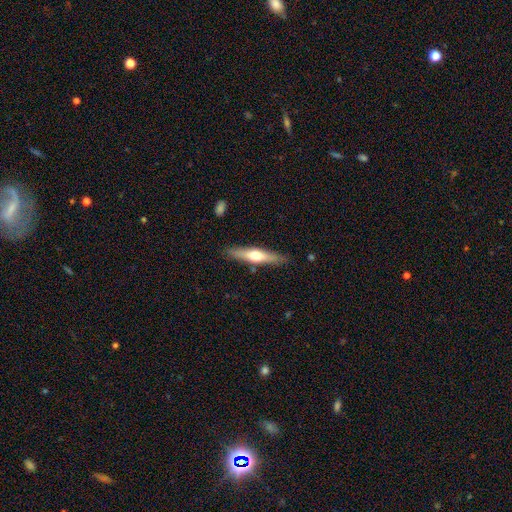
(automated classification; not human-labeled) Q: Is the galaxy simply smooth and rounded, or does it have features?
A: featured or disk — 53%.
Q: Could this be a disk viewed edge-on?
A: yes — 92%.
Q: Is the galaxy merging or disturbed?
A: none — 86%.